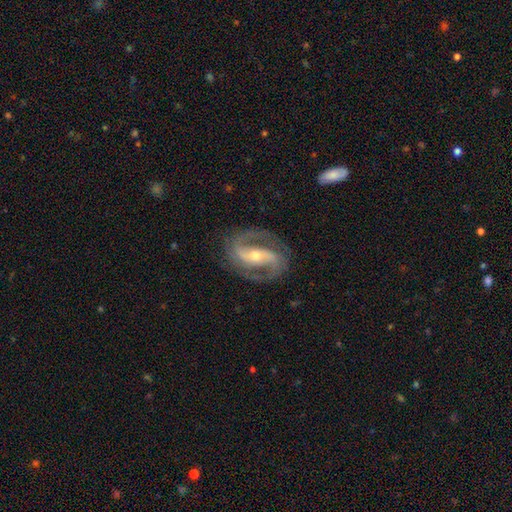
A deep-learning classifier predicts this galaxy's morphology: This is clearly a featured or disk galaxy (91%). It is clearly not viewed edge-on (97%). Bar: possibly strong (51%). Spiral arm pattern: clearly yes (97%). Spiral arm count: clearly 2 (92%). Spiral winding: possibly medium (56%). Central bulge: possibly moderate (49%). Merging: clearly none (81%).